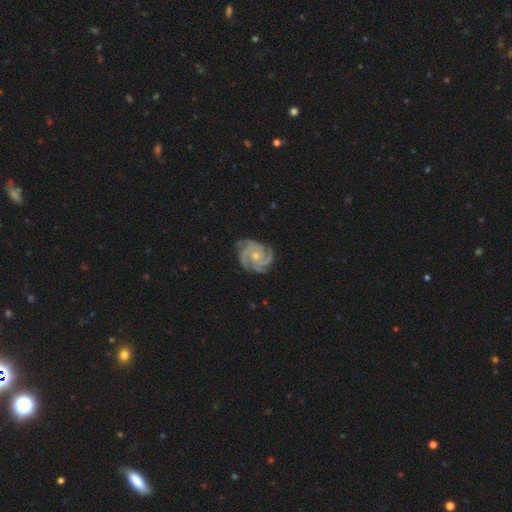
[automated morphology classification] Smooth or featured? featured or disk (91%)
Edge-on disk? no (98%)
Bar? no (76%)
Spiral arms? yes (99%)
Spiral winding? tight (65%)
Spiral arm count? 3 (47%)
Bulge size? small (60%)
Merging? none (79%)